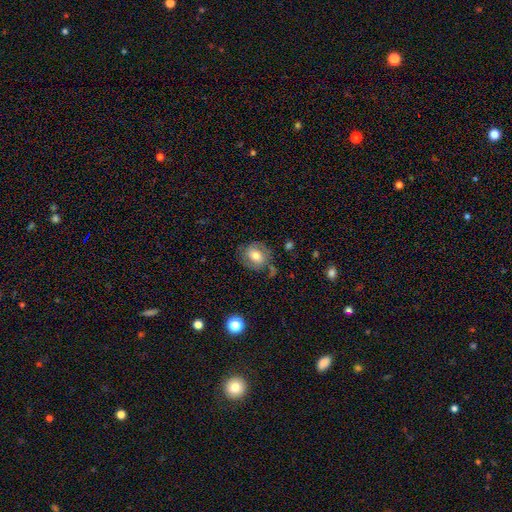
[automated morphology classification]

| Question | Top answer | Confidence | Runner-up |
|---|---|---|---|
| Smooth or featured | smooth | 51% | featured or disk (40%) |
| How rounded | round | 65% | in between (34%) |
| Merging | none | 66% | minor disturbance (20%) |